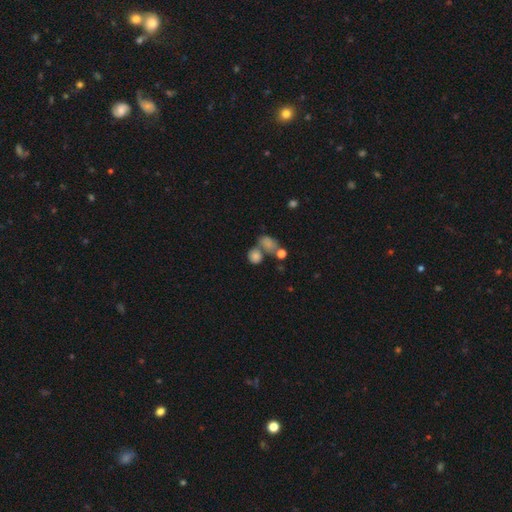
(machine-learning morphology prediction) This appears to be a smooth galaxy with no disk features (77%) that is round (72%). Merging: none (42%).